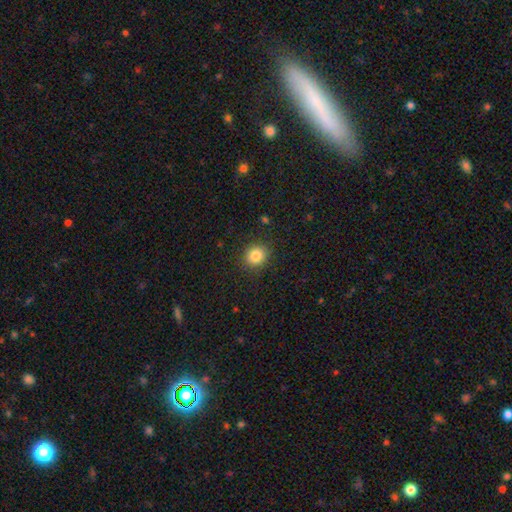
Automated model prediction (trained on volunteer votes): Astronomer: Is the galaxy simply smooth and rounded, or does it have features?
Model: smooth — 84%.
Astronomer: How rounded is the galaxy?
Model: round — 81%.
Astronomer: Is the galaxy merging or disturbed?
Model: none — 89%.